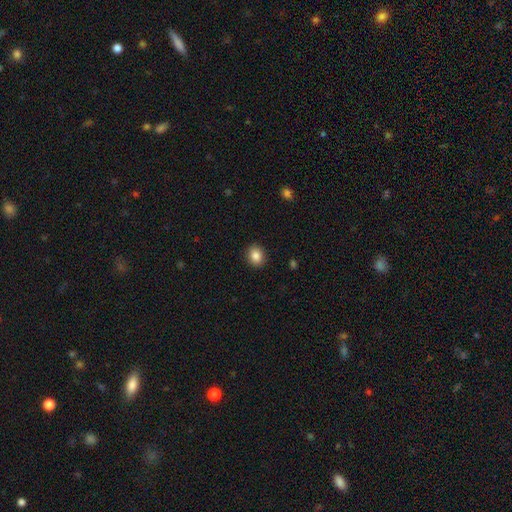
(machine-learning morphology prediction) Smooth or featured?
  - smooth: 86% *
  - star or artifact: 9%
  - featured or disk: 5%
How rounded?
  - round: 58% *
  - in between: 41%
  - cigar-shaped: 1%
Merging?
  - none: 91% *
  - minor disturbance: 7%
  - major disturbance: 2%
  - merger: 1%